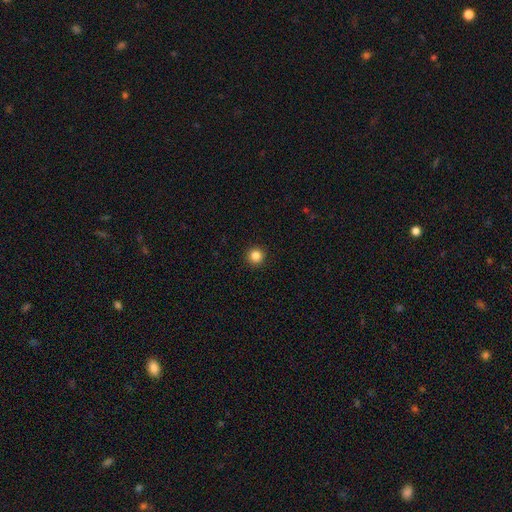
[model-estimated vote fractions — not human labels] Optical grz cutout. It shows a smooth galaxy with no disk features (85%) that is round (96%). Merging: none (93%).